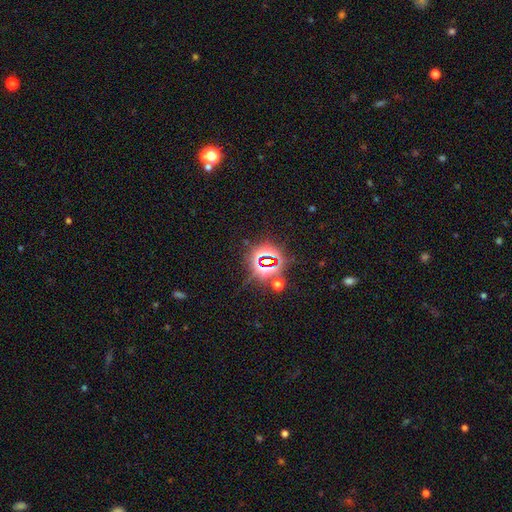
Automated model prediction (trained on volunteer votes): Morphology: type=star or artifact (79%).